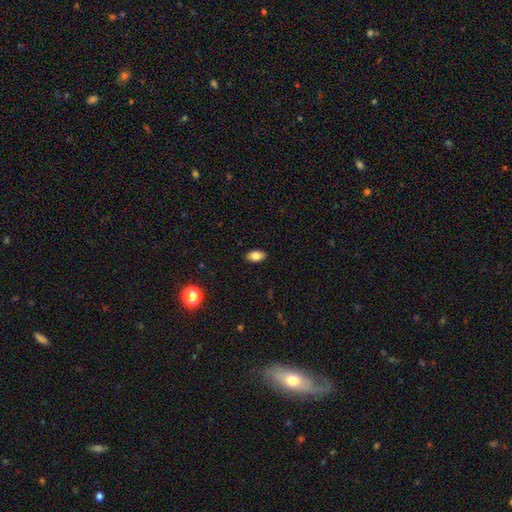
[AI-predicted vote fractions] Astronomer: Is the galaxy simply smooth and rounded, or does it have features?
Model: smooth — 83%.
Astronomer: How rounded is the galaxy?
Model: in between — 90%.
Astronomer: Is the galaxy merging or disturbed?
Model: none — 88%.